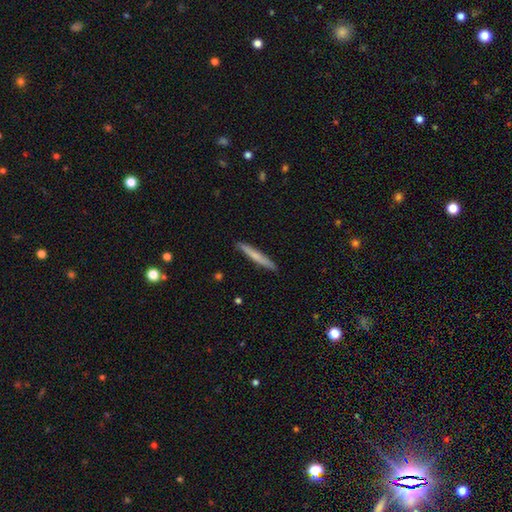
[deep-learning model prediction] Morphology: type=smooth (66%); roundness=cigar-shaped (96%); merging=none (91%).